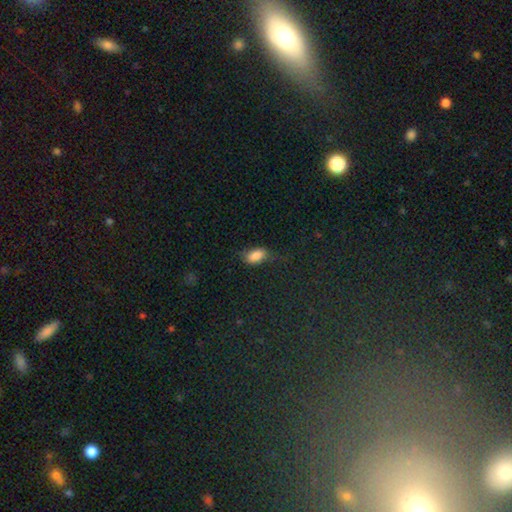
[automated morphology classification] type=smooth (83%); roundness=in between (90%); merging=none (59%).